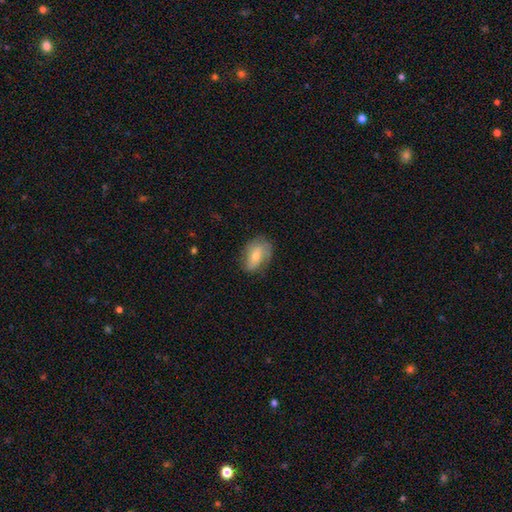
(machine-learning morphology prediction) Smooth or featured? smooth (60%)
How rounded? in between (83%)
Merging? none (68%)